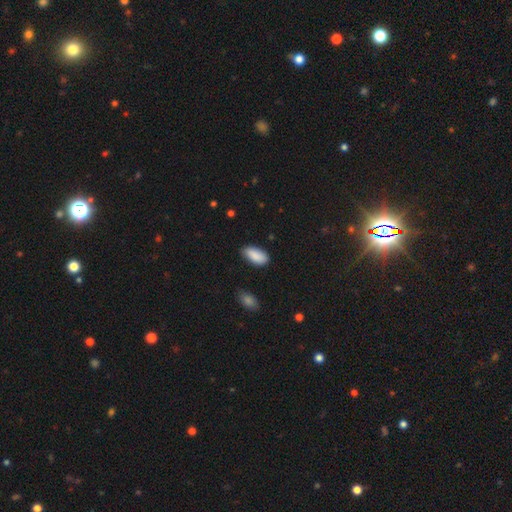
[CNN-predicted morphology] smooth-or-featured: smooth: 89% | star or artifact: 6% | featured or disk: 4%
  how-rounded: in between: 92% | cigar-shaped: 6% | round: 2%
  merging: none: 81% | minor disturbance: 15% | major disturbance: 3% | merger: 2%